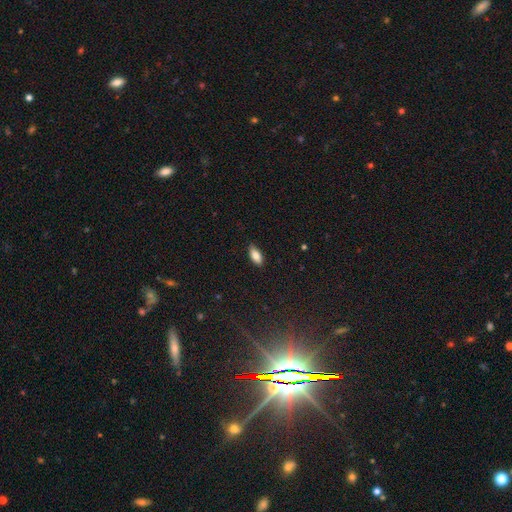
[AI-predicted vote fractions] This is clearly a smooth galaxy (81%). How rounded: clearly in between (86%). Merging: clearly none (85%).